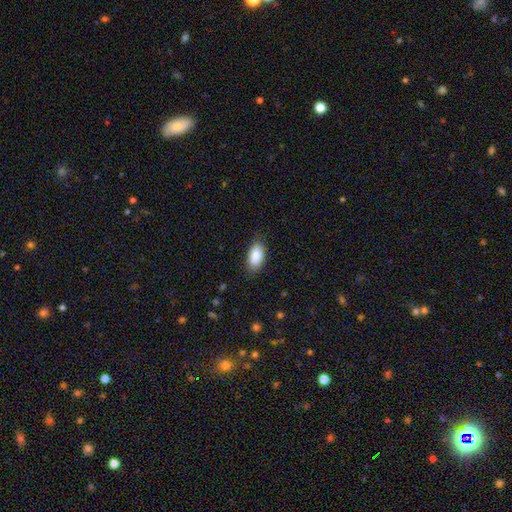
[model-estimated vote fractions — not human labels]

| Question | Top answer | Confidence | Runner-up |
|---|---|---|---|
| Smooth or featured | smooth | 88% | star or artifact (6%) |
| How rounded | in between | 93% | cigar-shaped (4%) |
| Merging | none | 84% | minor disturbance (12%) |